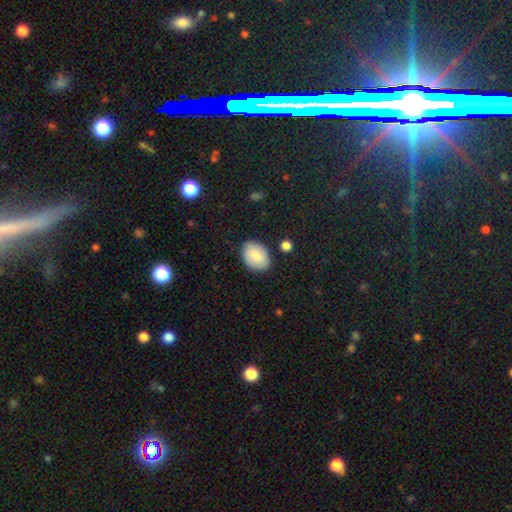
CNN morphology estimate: A smooth galaxy with no disk features (80%) that is in between round and cigar-shaped (78%). Merging: none (82%).